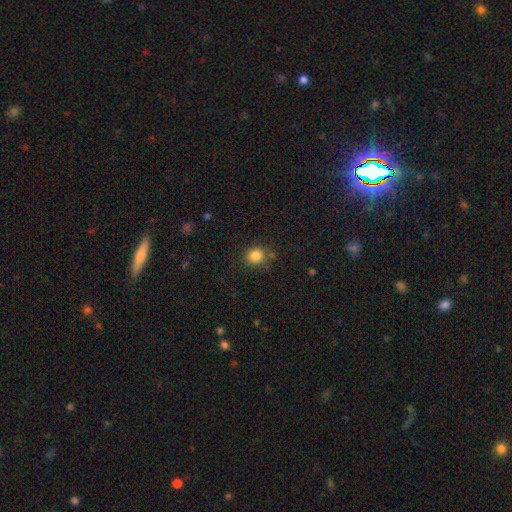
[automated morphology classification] Smooth or featured?
  - smooth: 84% *
  - star or artifact: 11%
  - featured or disk: 4%
How rounded?
  - round: 80% *
  - in between: 19%
  - cigar-shaped: 1%
Merging?
  - none: 78% *
  - minor disturbance: 13%
  - merger: 4%
  - major disturbance: 4%